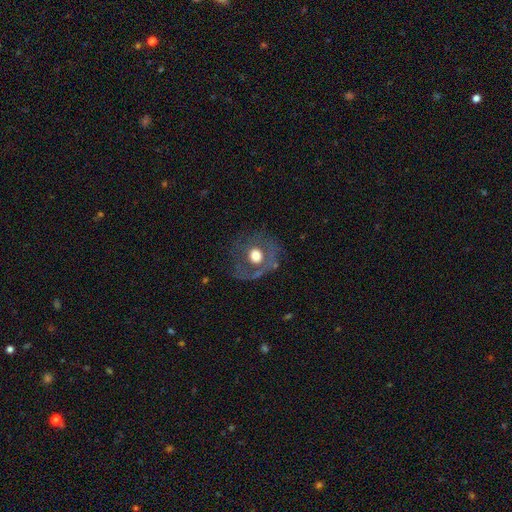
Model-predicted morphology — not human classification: smooth_or_featured: smooth (p=0.47) [alt: featured or disk p=0.43]
merging: none (p=0.67) [alt: minor disturbance p=0.16]